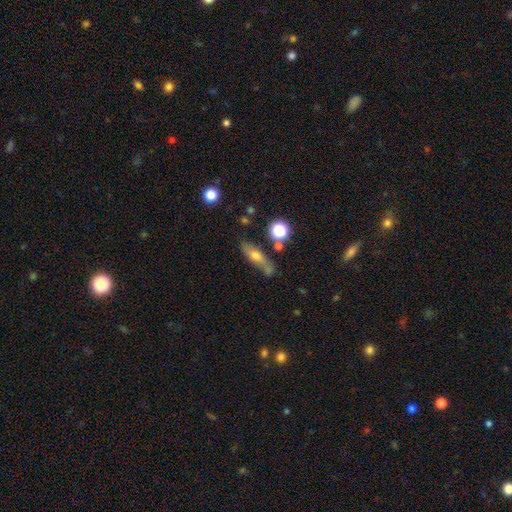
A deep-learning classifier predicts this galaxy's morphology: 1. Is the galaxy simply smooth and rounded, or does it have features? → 57% smooth, 32% featured or disk, 11% star or artifact.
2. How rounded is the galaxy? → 47% cigar-shaped, 45% in between, 8% round.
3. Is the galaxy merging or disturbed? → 63% none, 19% minor disturbance, 11% merger, 7% major disturbance.